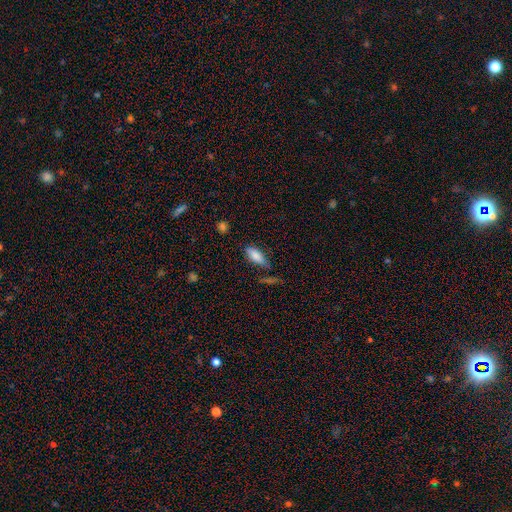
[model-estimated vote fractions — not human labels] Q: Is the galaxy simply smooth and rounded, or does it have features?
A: smooth — 82%.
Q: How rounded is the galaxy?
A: in between — 77%.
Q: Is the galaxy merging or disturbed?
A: none — 65%.